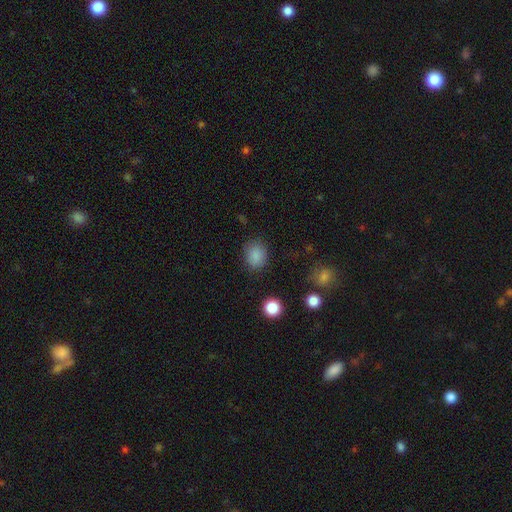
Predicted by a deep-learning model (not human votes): This is clearly a smooth galaxy (85%). How rounded: possibly round (53%). Merging: clearly none (80%).